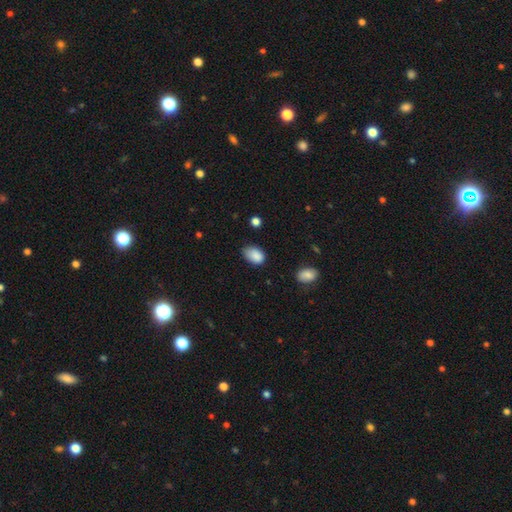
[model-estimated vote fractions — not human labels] A smooth galaxy with no disk features (87%) that is in between round and cigar-shaped (87%).

Vote fractions:
- Smooth or featured? smooth: 87% / star or artifact: 8% / featured or disk: 5%
- How rounded? in between: 87% / round: 12% / cigar-shaped: 1%
- Merging? none: 61% / minor disturbance: 32% / major disturbance: 6% / merger: 2%